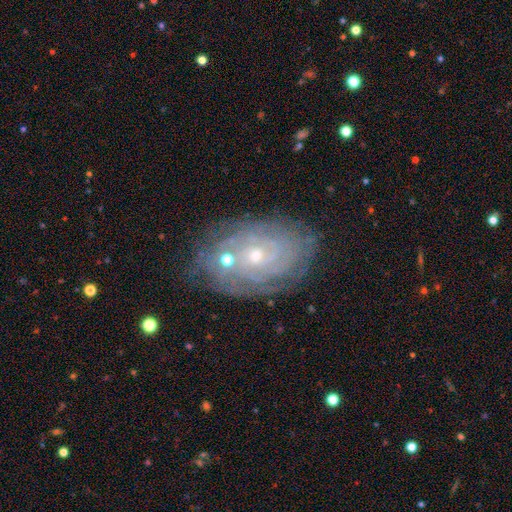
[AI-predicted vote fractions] A featured or disk galaxy (83%) with no bar (76%), tight (83%) spiral arms (95%) and a small central bulge (69%). Merging: none (76%).